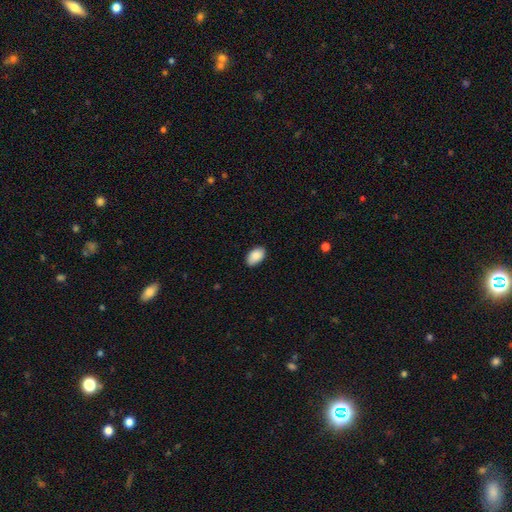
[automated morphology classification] This is clearly a smooth galaxy (90%). How rounded: clearly in between (93%). Merging: clearly none (86%).